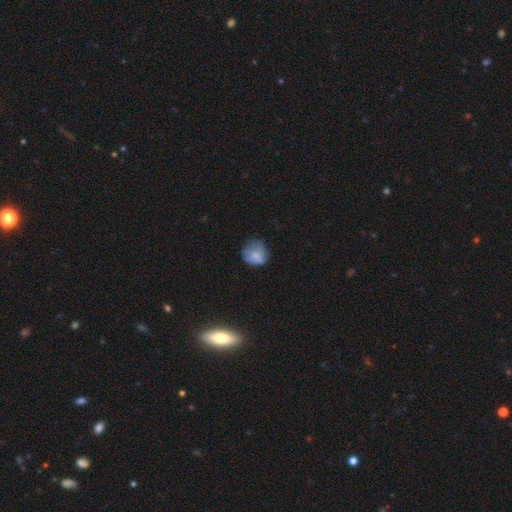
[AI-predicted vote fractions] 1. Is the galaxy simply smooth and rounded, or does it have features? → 73% smooth, 17% featured or disk, 10% star or artifact.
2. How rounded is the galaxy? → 77% round, 22% in between, 1% cigar-shaped.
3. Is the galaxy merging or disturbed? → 55% none, 29% minor disturbance, 14% major disturbance, 2% merger.